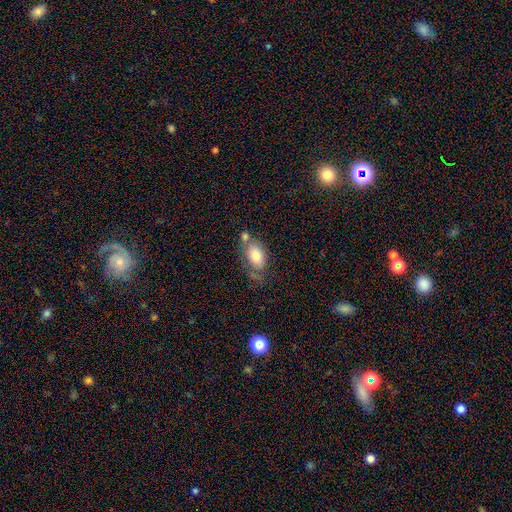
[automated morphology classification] type=smooth (74%); roundness=in between (89%); merging=none (42%).